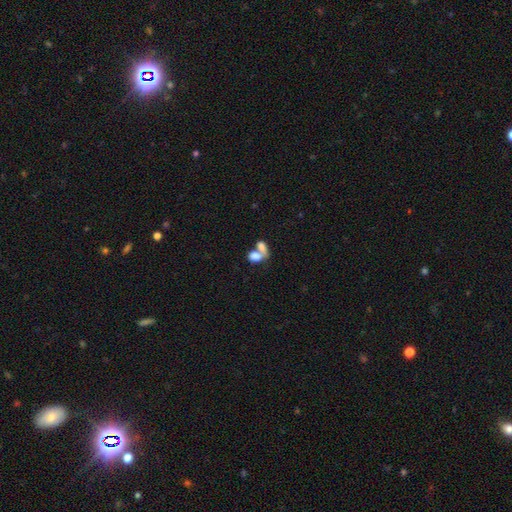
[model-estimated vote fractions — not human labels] smooth 76%, featured or disk 15%, star or artifact 9%. Down the decision tree: how rounded — in between (82%); merging — merger (69%).